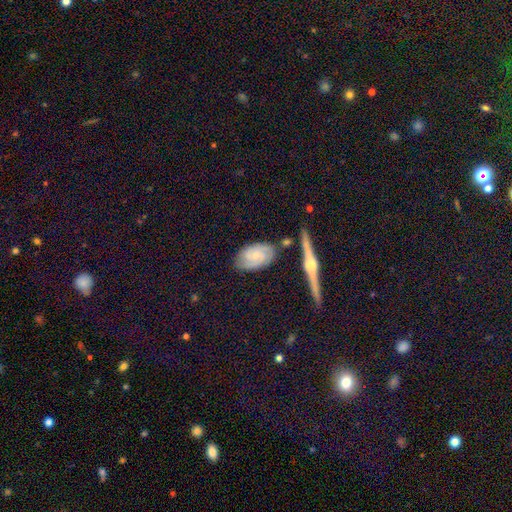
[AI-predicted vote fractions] Smooth or featured?
  - featured or disk: 67% *
  - smooth: 26%
  - star or artifact: 7%
Edge-on disk?
  - no: 91% *
  - yes: 9%
Bar?
  - no: 72% *
  - weak: 24%
  - strong: 4%
Spiral arms?
  - yes: 90% *
  - no: 10%
Spiral winding?
  - tight: 59% *
  - medium: 32%
  - loose: 9%
Spiral arm count?
  - 2: 49% *
  - can't tell: 23%
  - 3: 17%
  - 4: 5%
  - 1: 3%
  - more than 4: 3%
Bulge size?
  - small: 73% *
  - moderate: 20%
  - none: 4%
  - large: 1%
  - dominant: 1%
Merging?
  - none: 74% *
  - minor disturbance: 17%
  - merger: 5%
  - major disturbance: 4%